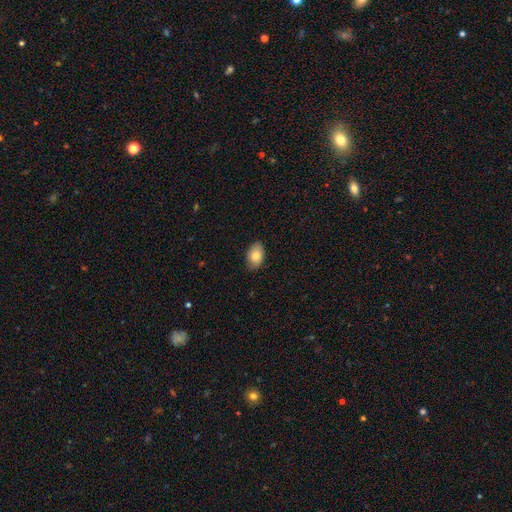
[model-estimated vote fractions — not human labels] Smooth or featured? smooth (82%)
How rounded? in between (90%)
Merging? none (81%)